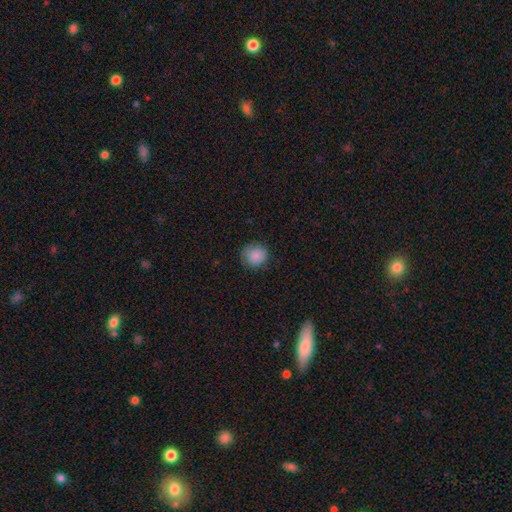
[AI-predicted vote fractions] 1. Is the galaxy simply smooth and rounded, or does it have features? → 84% smooth, 9% star or artifact, 7% featured or disk.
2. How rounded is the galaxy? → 91% round, 8% in between, 1% cigar-shaped.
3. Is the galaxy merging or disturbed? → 80% none, 15% minor disturbance, 4% major disturbance, 1% merger.